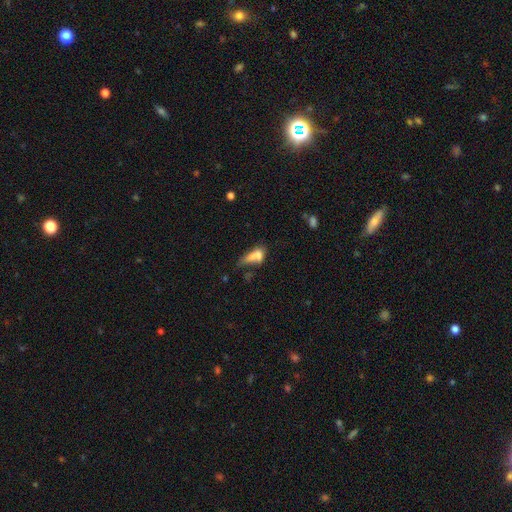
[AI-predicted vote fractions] The model was most divided on "merging": merger: 50%, none: 23%, major disturbance: 14%, minor disturbance: 13%. More confident: how rounded — in between (66%); smooth or featured — smooth (65%).